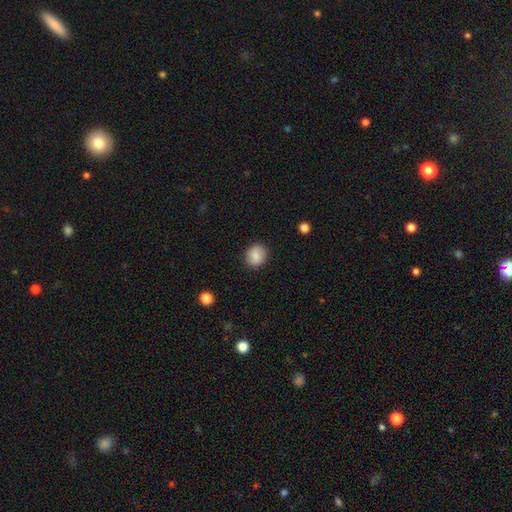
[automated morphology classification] Overall: smooth (86%). How rounded: round (70%). Merging: none (88%).